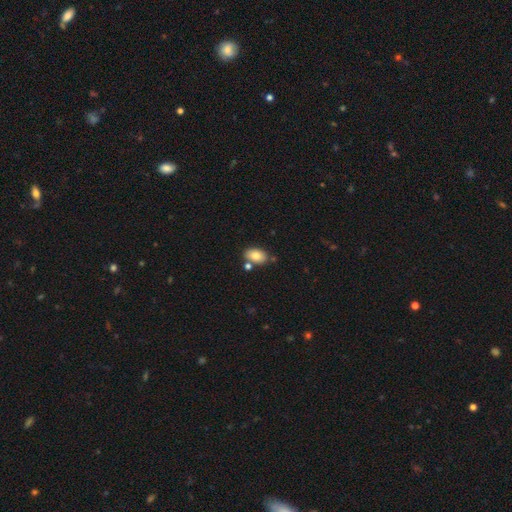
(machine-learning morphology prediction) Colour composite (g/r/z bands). It shows a smooth galaxy with no disk features (82%) that is in between round and cigar-shaped (90%). Merging: none (74%).